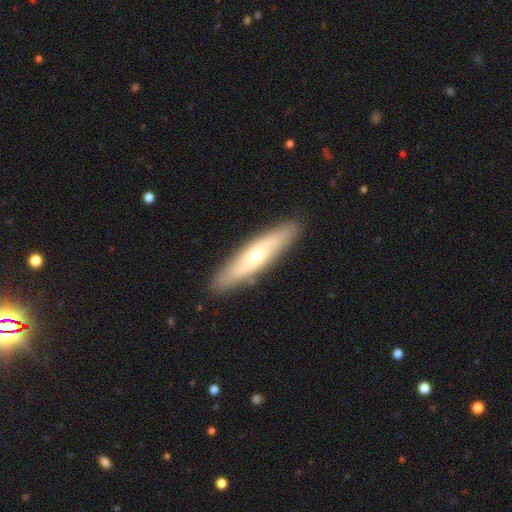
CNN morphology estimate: smooth-or-featured: featured or disk: 48% | smooth: 46% | star or artifact: 5%
  merging: none: 88% | minor disturbance: 9% | major disturbance: 2% | merger: 1%